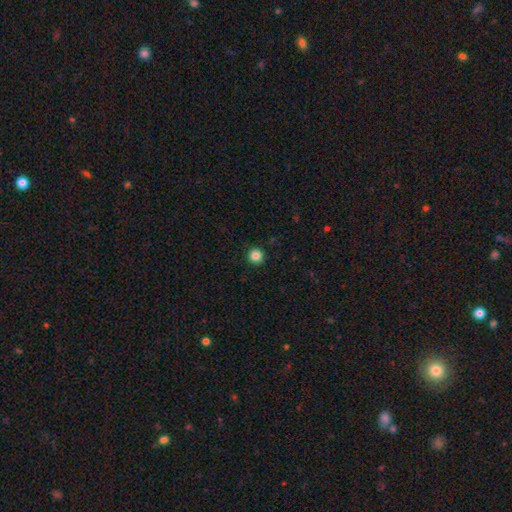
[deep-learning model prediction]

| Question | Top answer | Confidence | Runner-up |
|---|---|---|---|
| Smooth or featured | smooth | 85% | star or artifact (11%) |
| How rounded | round | 95% | in between (4%) |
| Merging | none | 93% | minor disturbance (5%) |